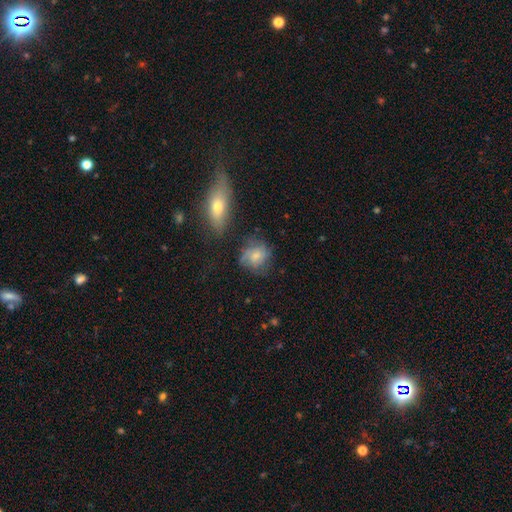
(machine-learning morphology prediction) Smooth or featured? Predicted: smooth (p=0.53). How rounded? Predicted: round (p=0.67). Merging? Predicted: none (p=0.60).